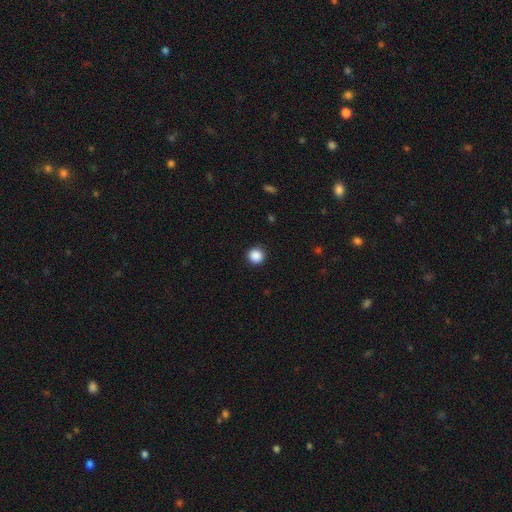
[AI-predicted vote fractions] The model was most divided on "smooth or featured": smooth: 88%, star or artifact: 10%, featured or disk: 2%. More confident: how rounded — round (94%); merging — none (91%).